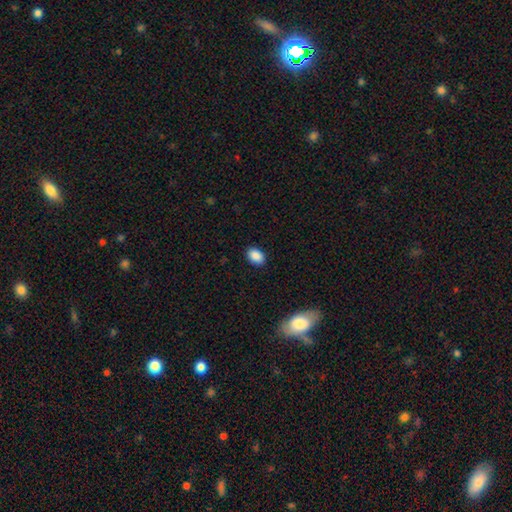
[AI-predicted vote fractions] Smooth or featured? Predicted: smooth (p=0.89). How rounded? Predicted: in between (p=0.83). Merging? Predicted: none (p=0.88).